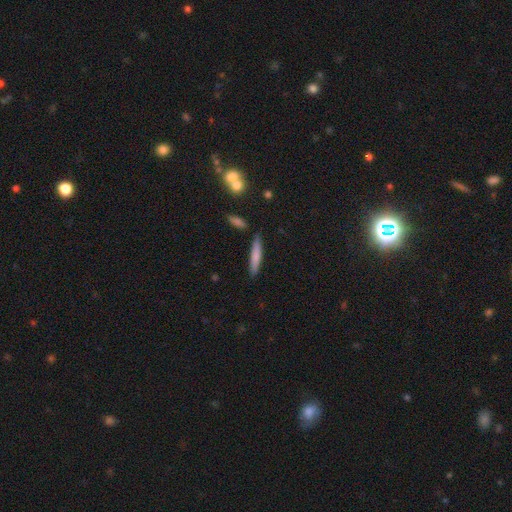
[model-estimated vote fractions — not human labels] smooth-or-featured: smooth: 76% | featured or disk: 18% | star or artifact: 6%
  how-rounded: cigar-shaped: 90% | in between: 8% | round: 1%
  merging: none: 85% | minor disturbance: 9% | merger: 3% | major disturbance: 2%